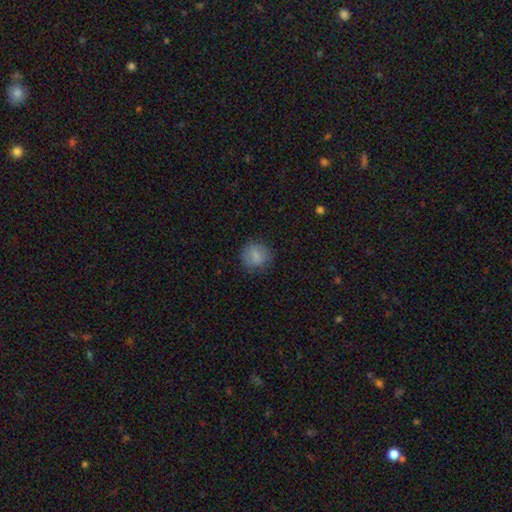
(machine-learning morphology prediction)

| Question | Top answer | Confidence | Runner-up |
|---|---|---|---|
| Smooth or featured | smooth | 81% | featured or disk (10%) |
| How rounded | round | 84% | in between (15%) |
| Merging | none | 80% | minor disturbance (14%) |